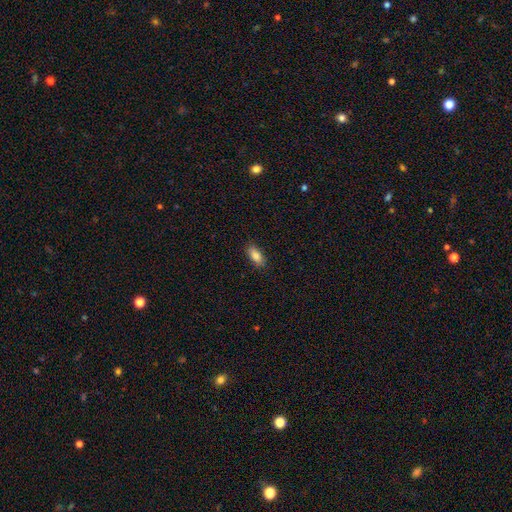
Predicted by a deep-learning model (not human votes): Smooth or featured? Predicted: smooth (p=0.84). How rounded? Predicted: in between (p=0.84). Merging? Predicted: none (p=0.87).